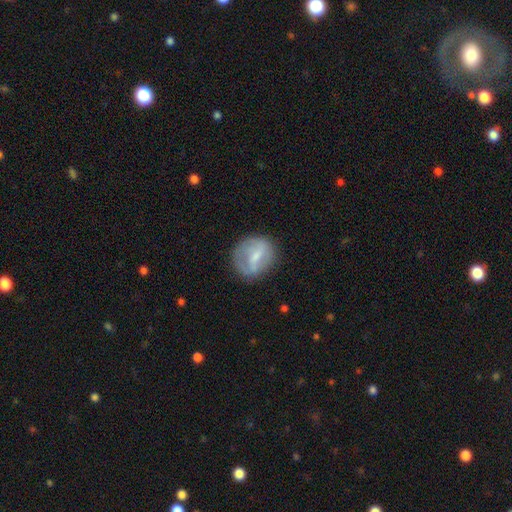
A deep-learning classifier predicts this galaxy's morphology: Smooth or featured: featured or disk — 47% (smooth — 46%)
Merging: none — 69% (minor disturbance — 19%)